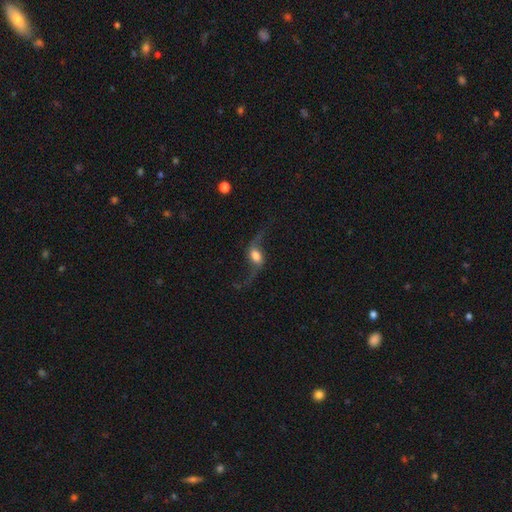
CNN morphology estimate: Overall: featured or disk (79%). Edge-on disk: no (89%). Bar: no (40%; weak 39%). Spiral arms: yes (93%). Spiral arm count: 2 (94%). Spiral winding: loose (95%). Bulge size: moderate (41%; large 34%). Merging: none (66%).